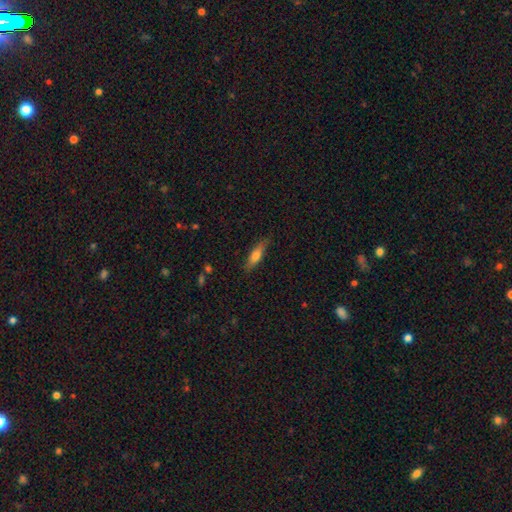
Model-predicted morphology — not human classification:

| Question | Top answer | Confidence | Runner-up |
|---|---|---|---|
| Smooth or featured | smooth | 65% | featured or disk (28%) |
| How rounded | cigar-shaped | 64% | in between (34%) |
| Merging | none | 83% | minor disturbance (13%) |